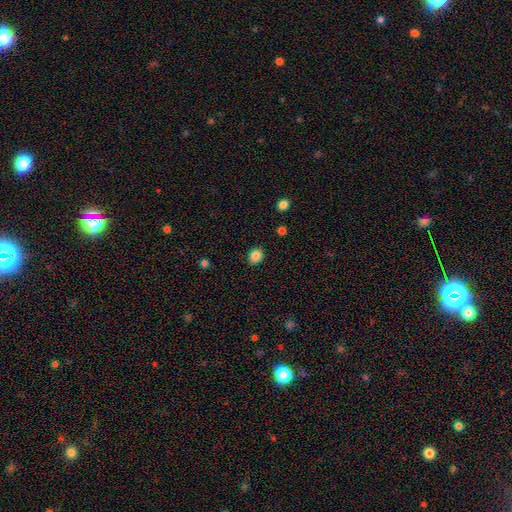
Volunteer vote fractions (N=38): Smooth or featured? 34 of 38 (89%) said smooth. How rounded? 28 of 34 (82%) said round. Merging? 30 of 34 (88%) said none.